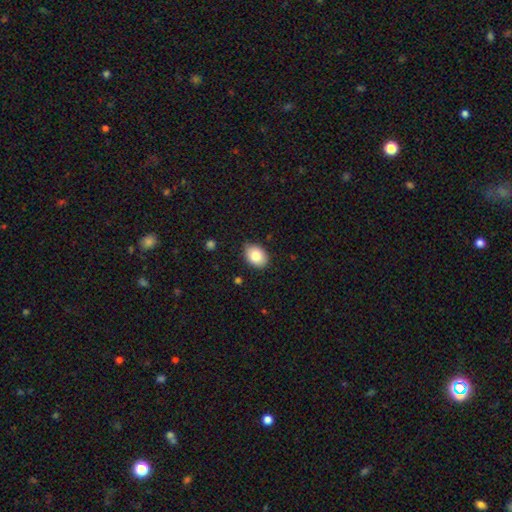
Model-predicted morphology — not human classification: smooth 82%, featured or disk 10%, star or artifact 8%. Down the decision tree: how rounded — in between (73%); merging — none (82%).